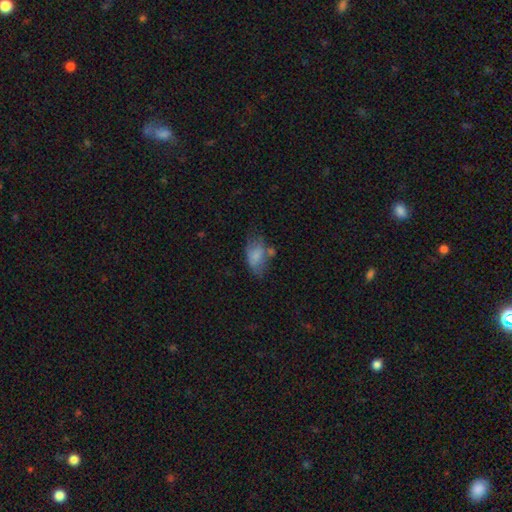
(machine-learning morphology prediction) smooth-or-featured: smooth: 69% | featured or disk: 22% | star or artifact: 9%
  how-rounded: in between: 89% | round: 8% | cigar-shaped: 2%
  merging: none: 38% | minor disturbance: 30% | major disturbance: 19% | merger: 13%